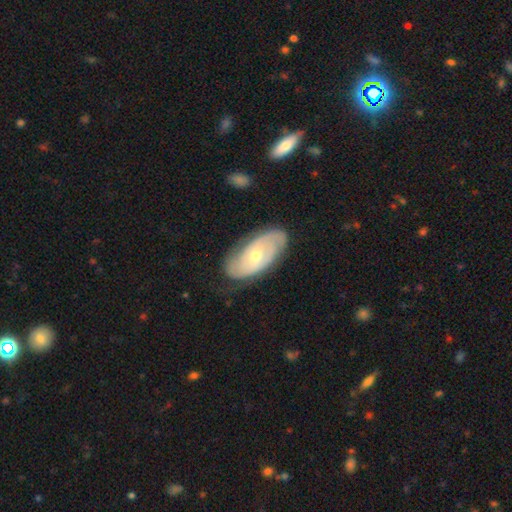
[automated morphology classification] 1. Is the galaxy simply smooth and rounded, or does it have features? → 75% featured or disk, 19% smooth, 5% star or artifact.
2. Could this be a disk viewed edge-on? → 93% no, 7% yes.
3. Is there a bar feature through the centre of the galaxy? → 47% no, 42% weak, 11% strong.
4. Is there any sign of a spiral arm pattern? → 87% yes, 13% no.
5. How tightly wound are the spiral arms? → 64% tight, 28% medium, 8% loose.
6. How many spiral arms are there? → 52% 2, 32% can't tell, 7% 3, 4% 1, 2% 4, 2% more than 4.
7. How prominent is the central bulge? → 58% moderate, 38% small, 2% large, 1% none, 1% dominant.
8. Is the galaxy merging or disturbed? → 76% none, 19% minor disturbance, 5% major disturbance, 1% merger.